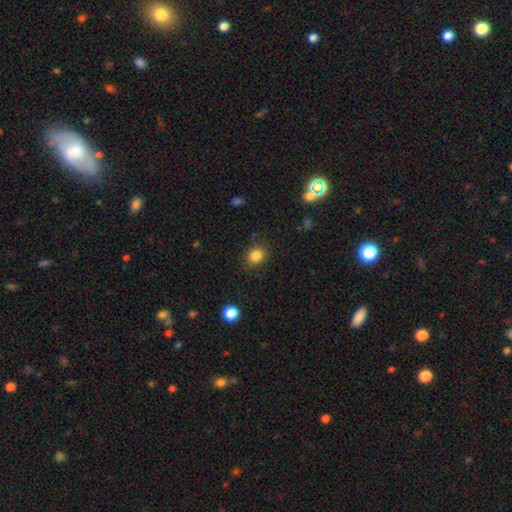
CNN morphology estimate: Smooth or featured? smooth (84%)
How rounded? round (67%)
Merging? none (84%)